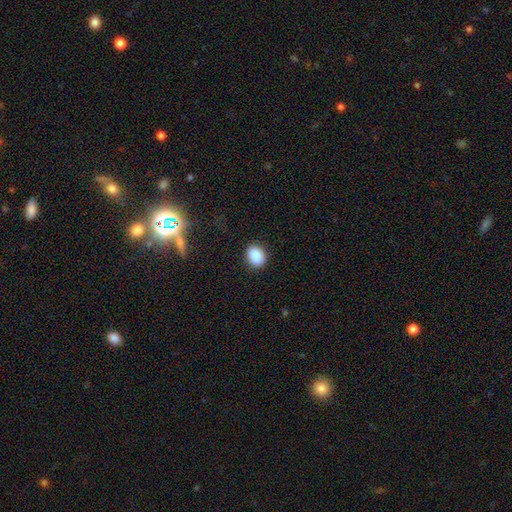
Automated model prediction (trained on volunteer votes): Overall: smooth (88%). How rounded: in between (66%; round 32%). Merging: none (87%).